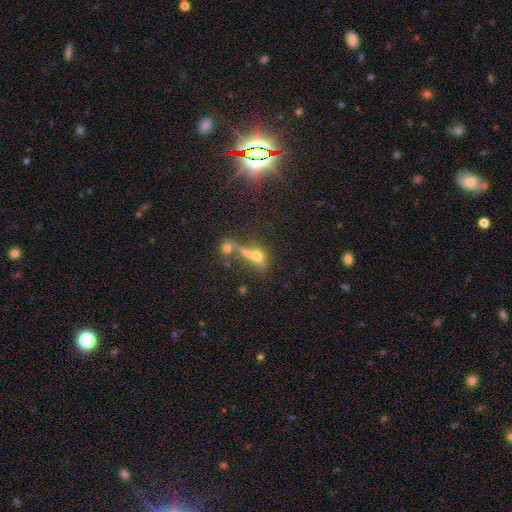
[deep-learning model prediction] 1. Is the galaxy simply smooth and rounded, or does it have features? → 55% smooth, 25% featured or disk, 20% star or artifact.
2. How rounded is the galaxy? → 47% in between, 35% round, 17% cigar-shaped.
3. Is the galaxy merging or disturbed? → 45% merger, 33% none, 12% major disturbance, 10% minor disturbance.